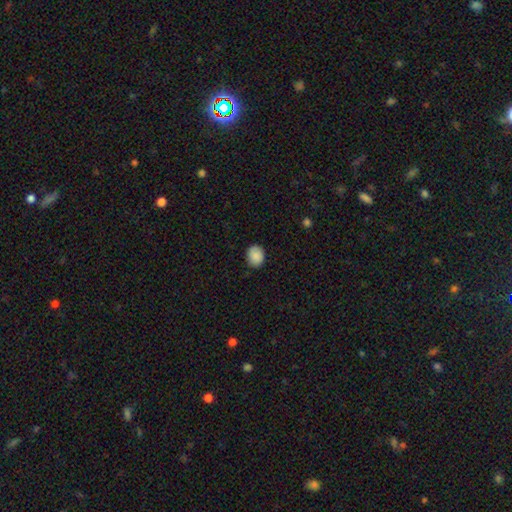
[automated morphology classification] Smooth or featured? Predicted: smooth (p=0.88). How rounded? Predicted: round (p=0.60). Merging? Predicted: none (p=0.85).